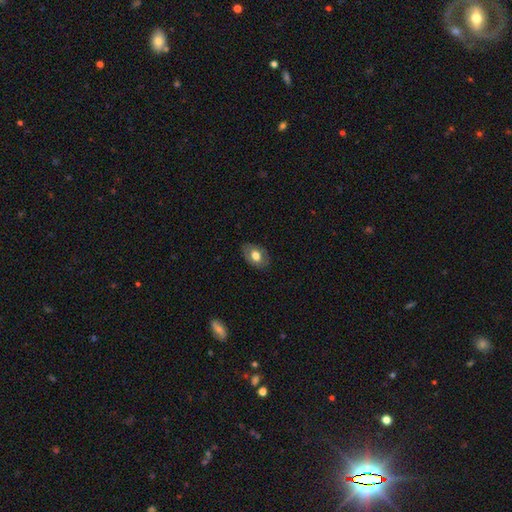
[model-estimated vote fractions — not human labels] Morphology: type=smooth (67%); roundness=in between (84%); merging=none (82%).